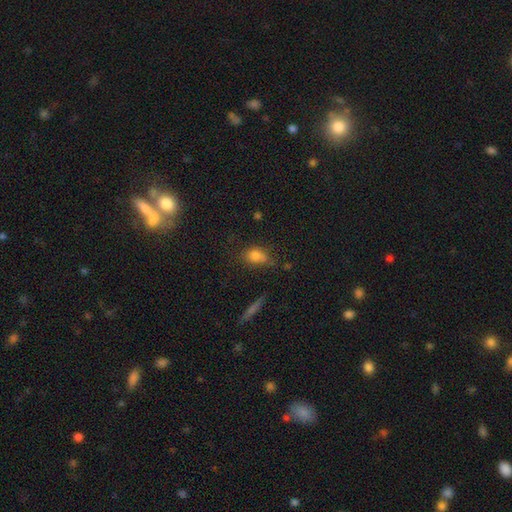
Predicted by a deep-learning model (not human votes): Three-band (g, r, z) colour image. It shows a smooth galaxy with no disk features (78%) that is in between round and cigar-shaped (71%). Merging: none (60%).